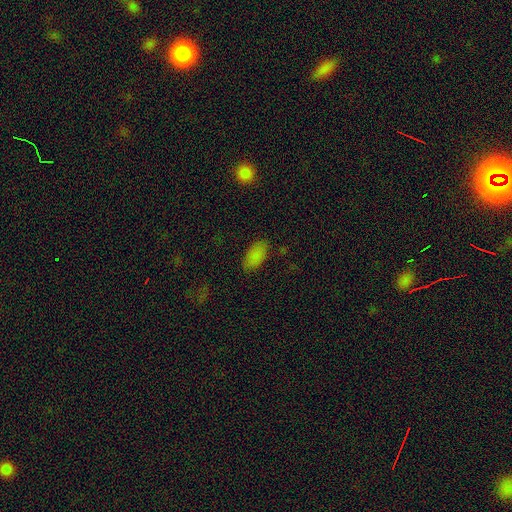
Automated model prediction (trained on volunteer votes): The model was most divided on "merging": none: 82%, minor disturbance: 13%, major disturbance: 3%, merger: 1%. More confident: how rounded — in between (94%); smooth or featured — smooth (84%).